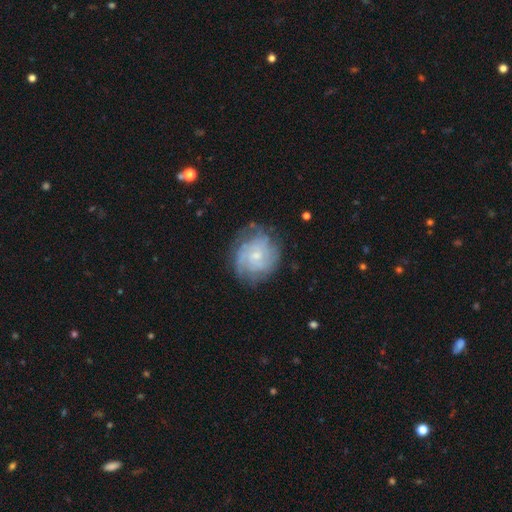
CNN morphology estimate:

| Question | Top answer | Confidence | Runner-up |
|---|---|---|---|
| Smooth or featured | featured or disk | 70% | smooth (23%) |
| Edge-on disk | no | 98% | yes (2%) |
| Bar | no | 71% | weak (26%) |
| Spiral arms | yes | 86% | no (14%) |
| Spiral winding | tight | 62% | medium (29%) |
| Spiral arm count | can't tell | 50% | 2 (16%) |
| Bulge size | small | 64% | moderate (28%) |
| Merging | none | 69% | minor disturbance (21%) |